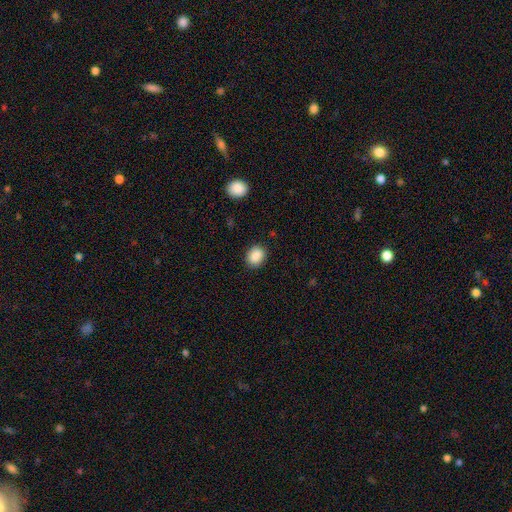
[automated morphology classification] Smooth or featured?
  - smooth: 88% *
  - star or artifact: 8%
  - featured or disk: 3%
How rounded?
  - round: 57% *
  - in between: 42%
  - cigar-shaped: 1%
Merging?
  - none: 87% *
  - minor disturbance: 9%
  - major disturbance: 3%
  - merger: 1%